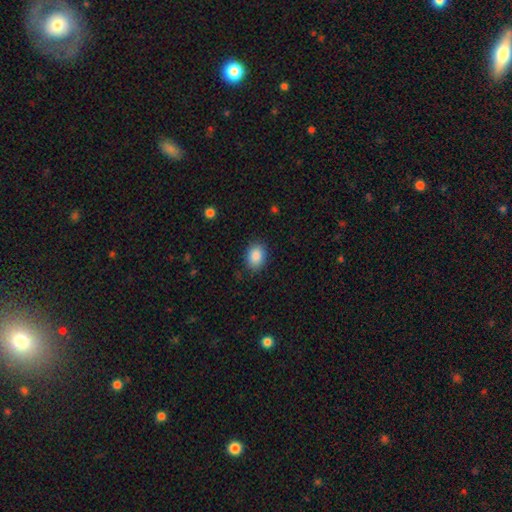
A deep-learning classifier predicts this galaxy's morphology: Smooth or featured: smooth — 88% (star or artifact — 8%)
How rounded: in between — 70% (round — 29%)
Merging: none — 85% (minor disturbance — 11%)